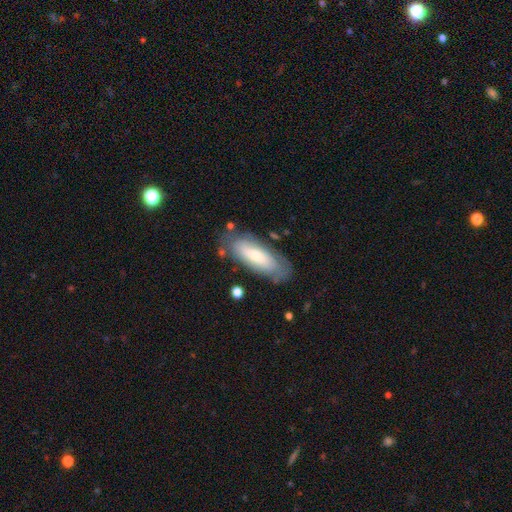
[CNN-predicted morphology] Smooth or featured? Predicted: smooth (p=0.58). How rounded? Predicted: in between (p=0.68). Merging? Predicted: none (p=0.73).